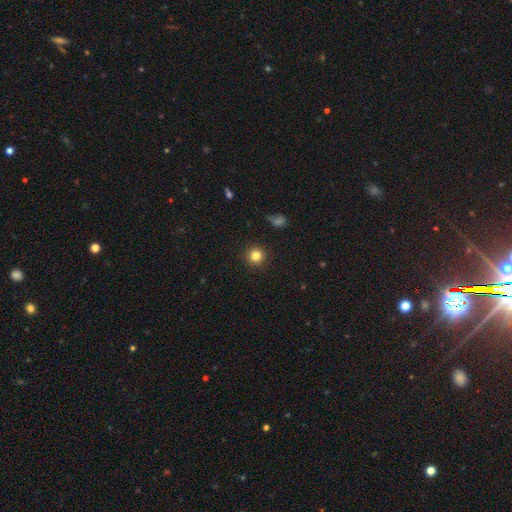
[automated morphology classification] Overall: smooth (82%). How rounded: round (94%). Merging: none (92%).